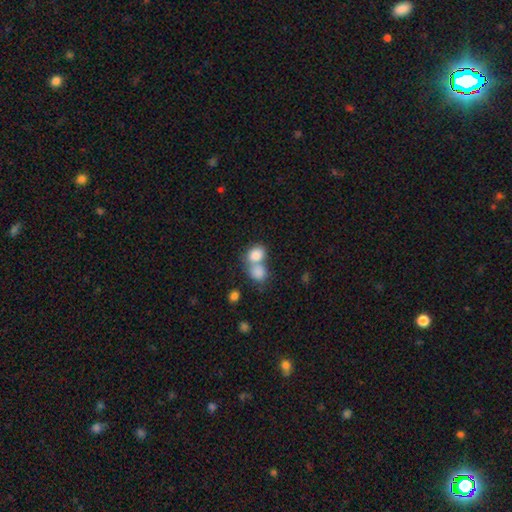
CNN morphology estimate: This appears to be a smooth galaxy with no disk features (83%) that is round (50%). Merging: merger (60%).